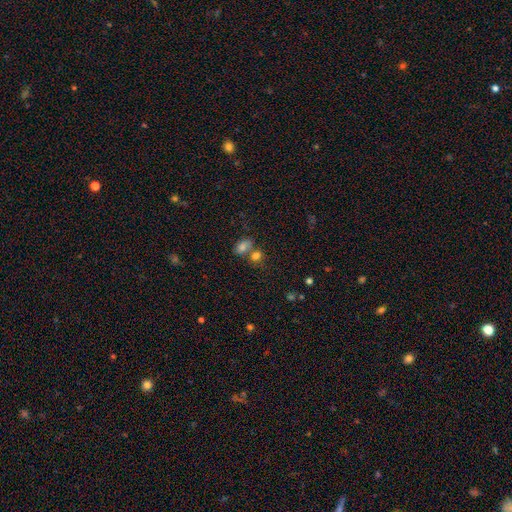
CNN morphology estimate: Smooth or featured? Predicted: smooth (p=0.59). How rounded? Predicted: round (p=0.51). Merging? Predicted: none (p=0.44).